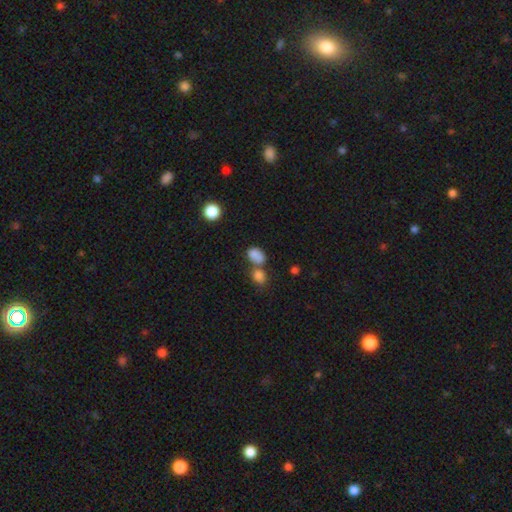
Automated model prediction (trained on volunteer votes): Smooth or featured: smooth — 83% (star or artifact — 11%)
How rounded: in between — 78% (round — 21%)
Merging: merger — 43% (none — 40%)